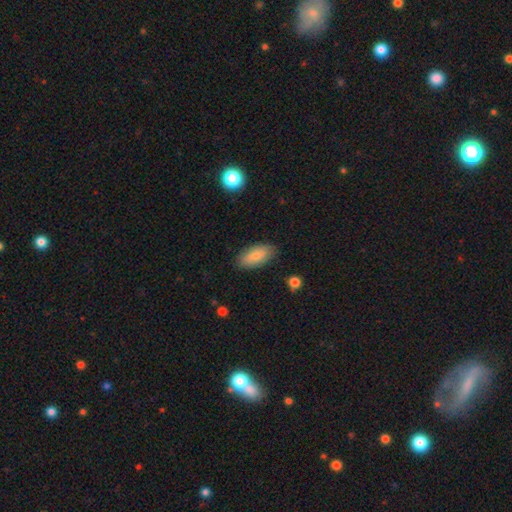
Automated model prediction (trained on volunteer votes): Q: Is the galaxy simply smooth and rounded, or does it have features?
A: smooth — 78%.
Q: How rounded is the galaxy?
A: in between — 90%.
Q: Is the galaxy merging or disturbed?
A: none — 84%.